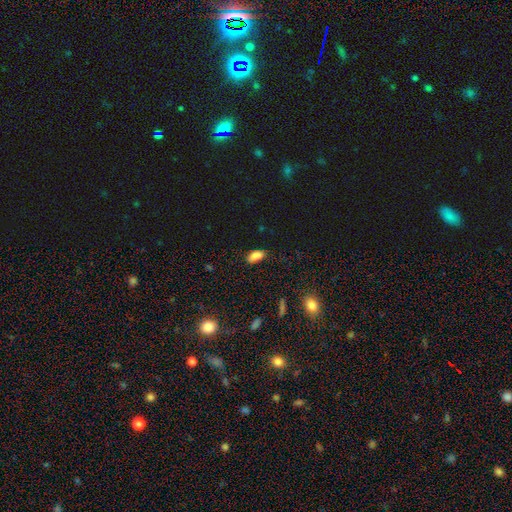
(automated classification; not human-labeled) Morphology: type=smooth (85%); roundness=in between (90%); merging=none (78%).